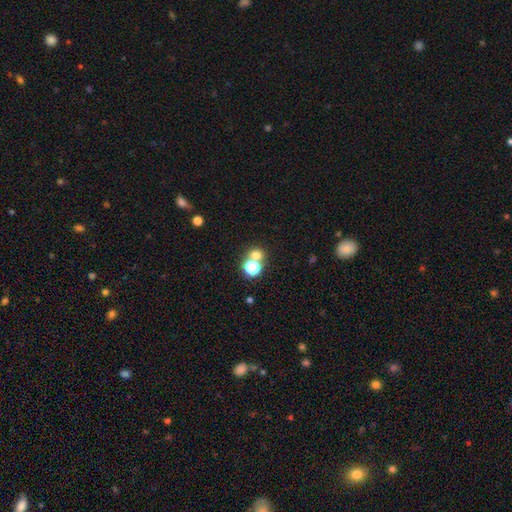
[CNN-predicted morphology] This is likely a smooth galaxy (65%). How rounded: clearly round (84%). Merging: possibly none (58%).